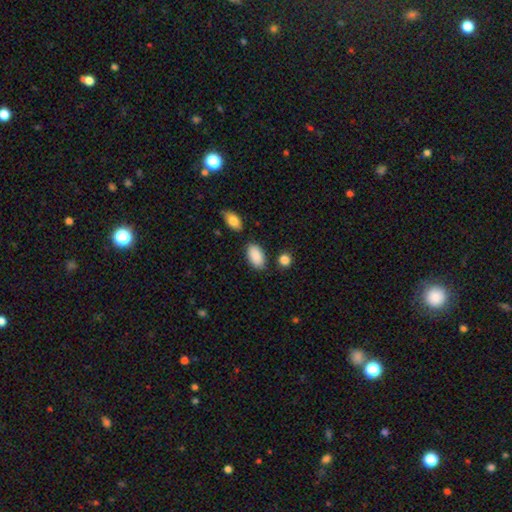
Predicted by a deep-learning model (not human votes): A smooth galaxy with no disk features (90%) that is in between round and cigar-shaped (94%). Merging: none (79%).